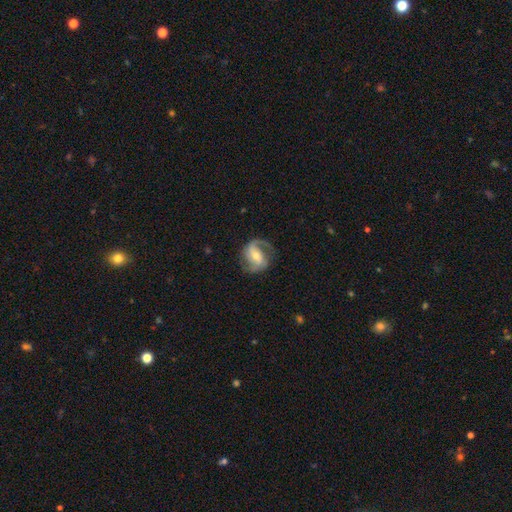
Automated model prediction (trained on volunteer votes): Morphology: type=featured or disk (85%); edge-on=no (98%); bar=weak (42%); spiral arms=yes (96%); winding=medium (51%); arm count=2 (83%); bulge=moderate (53%); merging=none (74%).